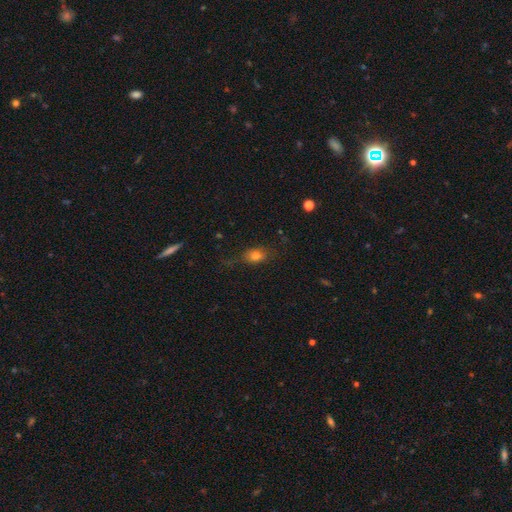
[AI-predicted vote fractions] A smooth galaxy with no disk features (75%) that is in between round and cigar-shaped (70%). Merging: none (65%).